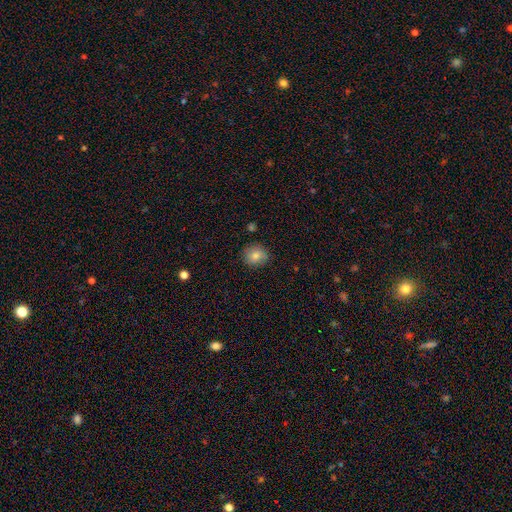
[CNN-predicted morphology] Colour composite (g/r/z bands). It shows a smooth galaxy with no disk features (80%) that is round (82%). Merging: none (85%).